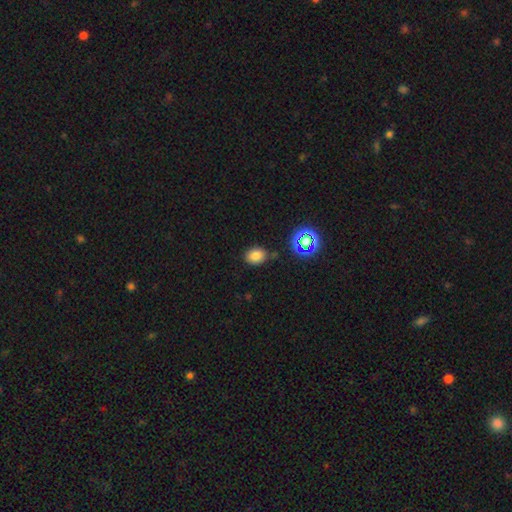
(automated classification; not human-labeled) smooth 77%, star or artifact 17%, featured or disk 6%. Down the decision tree: how rounded — in between (62%); merging — none (77%).